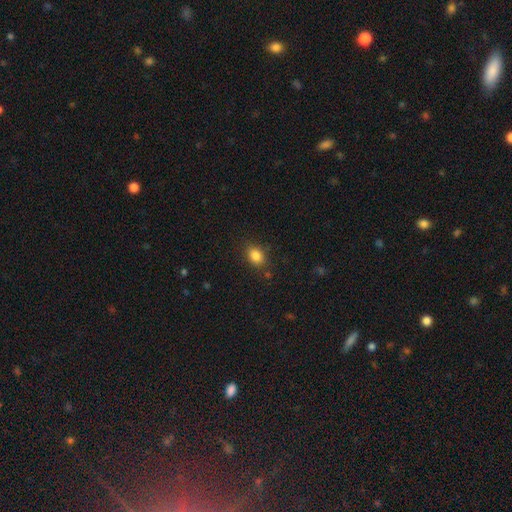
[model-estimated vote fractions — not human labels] Smooth or featured? Predicted: smooth (p=0.85). How rounded? Predicted: in between (p=0.63). Merging? Predicted: none (p=0.83).